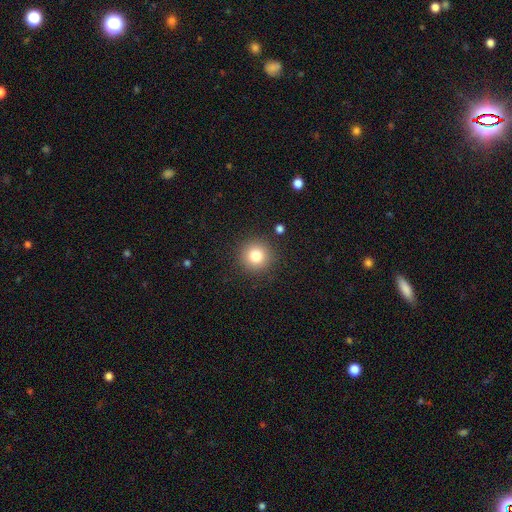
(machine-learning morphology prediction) A smooth galaxy with no disk features (81%) that is round (95%).

Vote fractions:
- Smooth or featured? smooth: 81% / star or artifact: 12% / featured or disk: 7%
- How rounded? round: 95% / in between: 4% / cigar-shaped: 1%
- Merging? none: 89% / minor disturbance: 7% / major disturbance: 3% / merger: 2%